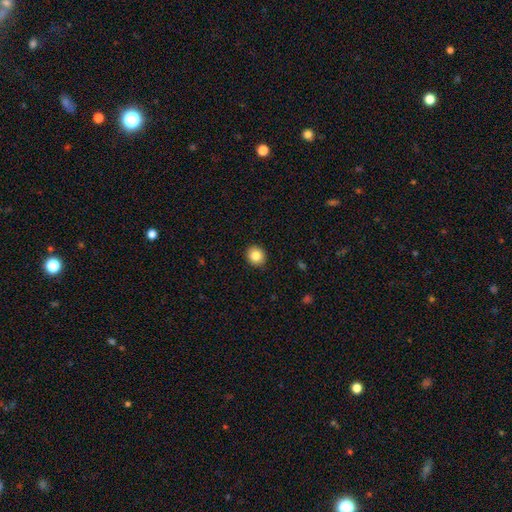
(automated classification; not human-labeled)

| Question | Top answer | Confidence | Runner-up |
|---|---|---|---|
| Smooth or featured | smooth | 84% | star or artifact (10%) |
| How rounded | round | 87% | in between (12%) |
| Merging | none | 92% | minor disturbance (5%) |